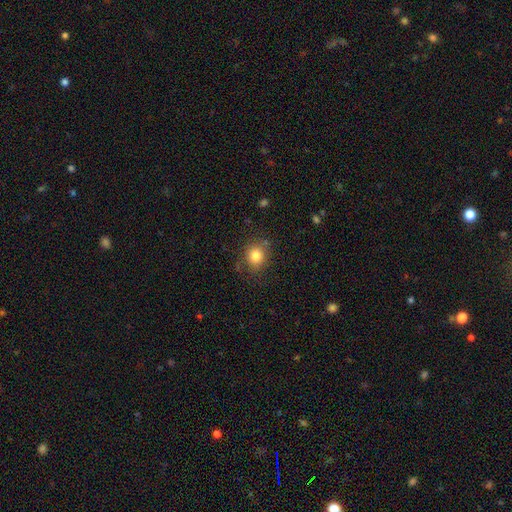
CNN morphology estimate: A smooth galaxy with no disk features (81%) that is round (80%).

Vote fractions:
- Smooth or featured? smooth: 81% / star or artifact: 11% / featured or disk: 7%
- How rounded? round: 80% / in between: 19% / cigar-shaped: 1%
- Merging? none: 80% / minor disturbance: 13% / major disturbance: 4% / merger: 3%